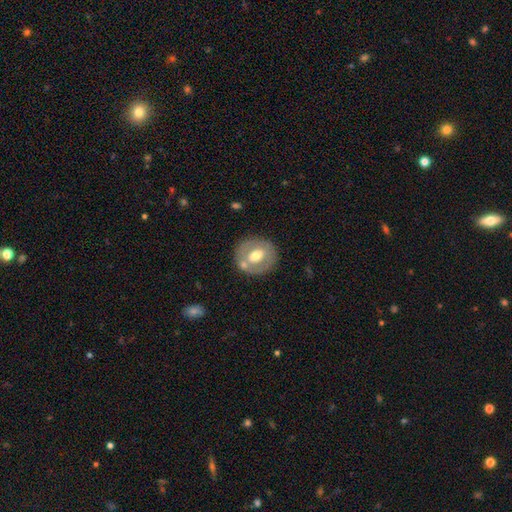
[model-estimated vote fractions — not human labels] The model was most divided on "smooth or featured": smooth: 48%, featured or disk: 46%, star or artifact: 6%. More confident: merging — none (72%).